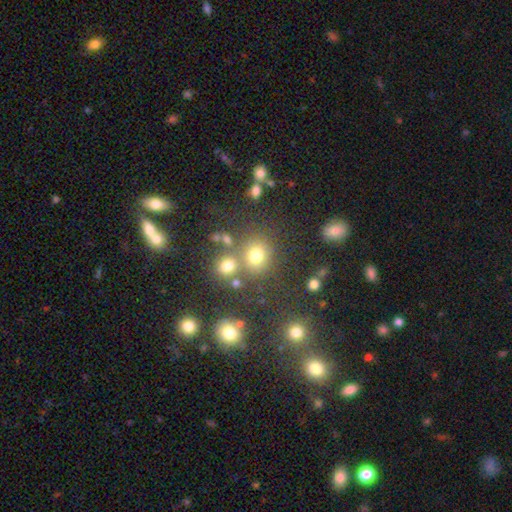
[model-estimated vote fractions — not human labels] smooth-or-featured: smooth: 71% | star or artifact: 20% | featured or disk: 9%
  how-rounded: round: 80% | in between: 19% | cigar-shaped: 1%
  merging: none: 63% | merger: 21% | minor disturbance: 10% | major disturbance: 6%